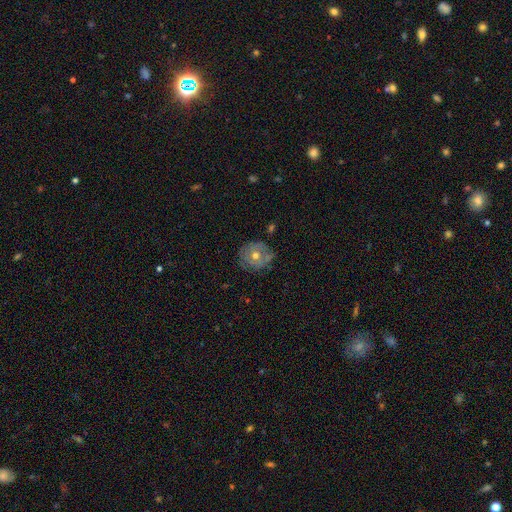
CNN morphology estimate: Q: Smooth or featured?
A: featured or disk (46%); runner-up: smooth (43%)
Q: Merging?
A: none (75%); runner-up: minor disturbance (17%)